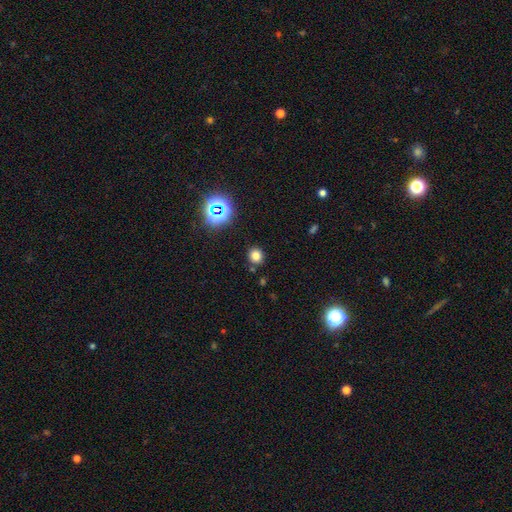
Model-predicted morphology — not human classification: smooth 76%, star or artifact 18%, featured or disk 6%. Down the decision tree: how rounded — round (83%); merging — none (86%).